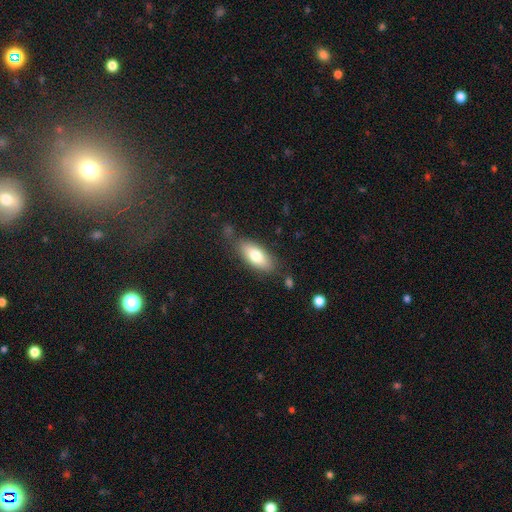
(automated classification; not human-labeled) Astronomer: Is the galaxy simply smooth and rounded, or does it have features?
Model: smooth — 76%.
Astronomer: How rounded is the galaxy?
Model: in between — 81%.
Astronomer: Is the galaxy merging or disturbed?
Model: none — 74%.